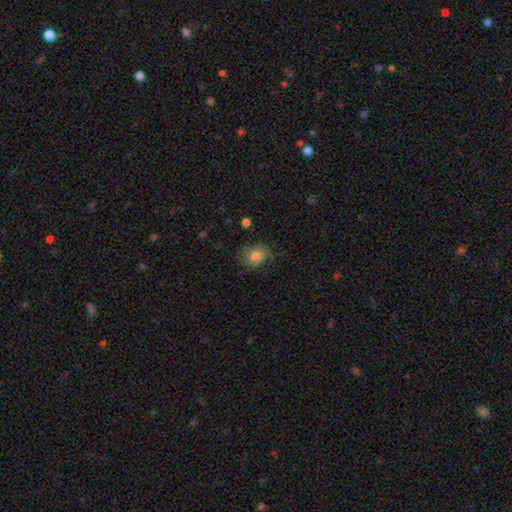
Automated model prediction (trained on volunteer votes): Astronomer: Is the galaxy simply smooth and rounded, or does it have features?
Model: smooth — 65%.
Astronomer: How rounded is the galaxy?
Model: round — 51% (runner-up: in between, 48%).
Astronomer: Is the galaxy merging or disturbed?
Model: none — 61%.